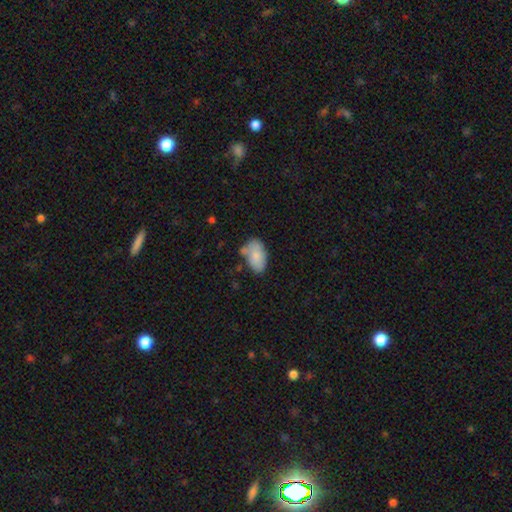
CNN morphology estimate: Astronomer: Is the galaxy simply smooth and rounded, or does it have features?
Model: smooth — 79%.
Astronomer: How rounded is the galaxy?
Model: in between — 93%.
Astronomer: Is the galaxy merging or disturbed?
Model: none — 51% (runner-up: minor disturbance, 27%).